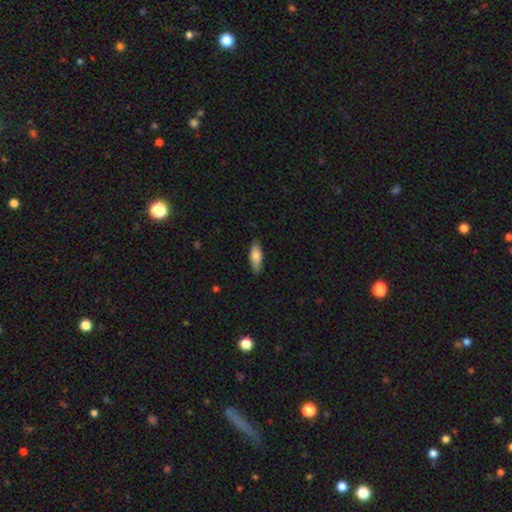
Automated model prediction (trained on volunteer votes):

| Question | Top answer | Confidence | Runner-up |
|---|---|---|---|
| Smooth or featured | smooth | 79% | featured or disk (16%) |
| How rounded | in between | 68% | cigar-shaped (30%) |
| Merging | none | 82% | minor disturbance (15%) |